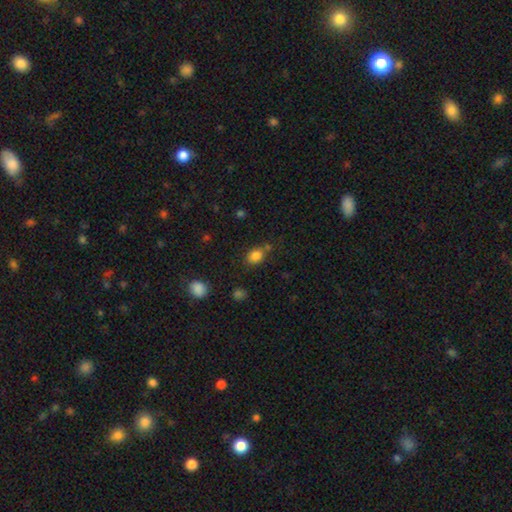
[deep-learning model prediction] Q: Smooth or featured?
A: smooth (83%); runner-up: star or artifact (12%)
Q: How rounded?
A: in between (51%); runner-up: round (48%)
Q: Merging?
A: none (64%); runner-up: minor disturbance (17%)